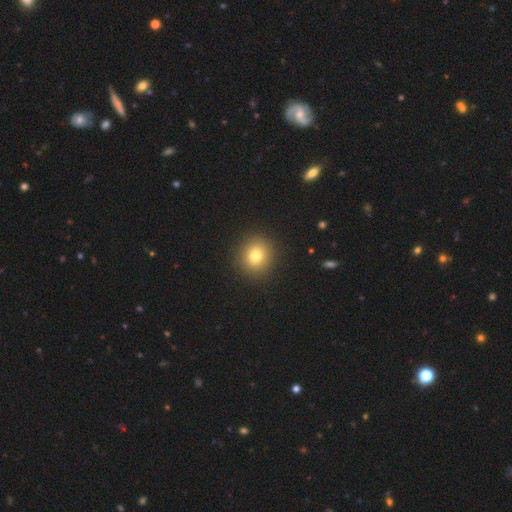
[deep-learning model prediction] The model was most divided on "smooth or featured": smooth: 79%, star or artifact: 13%, featured or disk: 9%. More confident: merging — none (92%); how rounded — round (88%).